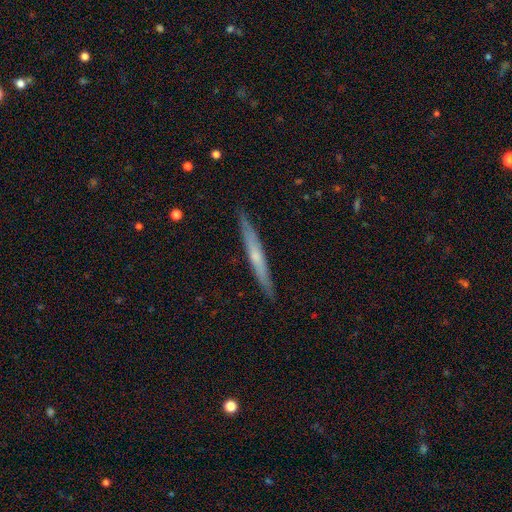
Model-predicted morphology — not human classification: smooth-or-featured: featured or disk: 54% | smooth: 41% | star or artifact: 6%
  disk-edge-on: yes: 95% | no: 5%
    edge-on-bulge: none: 57% | rounded: 38% | boxy: 5%
  merging: none: 89% | minor disturbance: 8% | major disturbance: 1% | merger: 1%